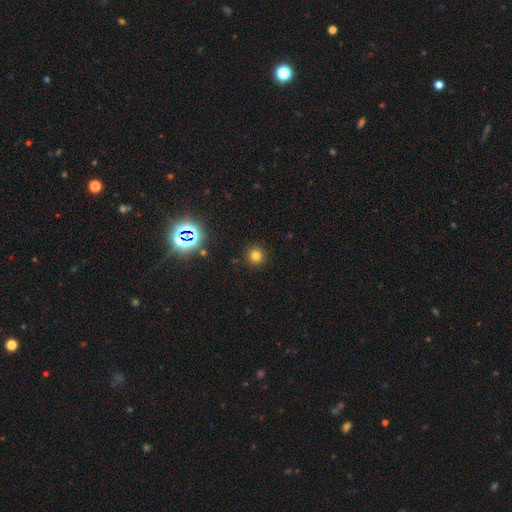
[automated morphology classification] smooth-or-featured: smooth: 75% | star or artifact: 19% | featured or disk: 6%
  how-rounded: round: 94% | in between: 5% | cigar-shaped: 1%
  merging: none: 91% | minor disturbance: 6% | major disturbance: 2% | merger: 1%